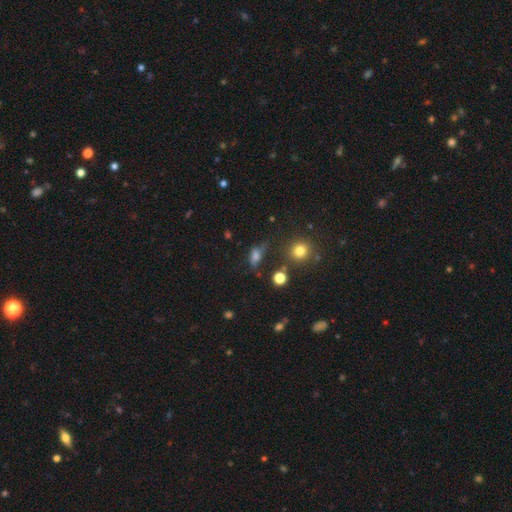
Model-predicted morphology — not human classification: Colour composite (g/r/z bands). It shows a smooth galaxy with no disk features (67%) that is in between round and cigar-shaped (70%). Merging: none (48%).